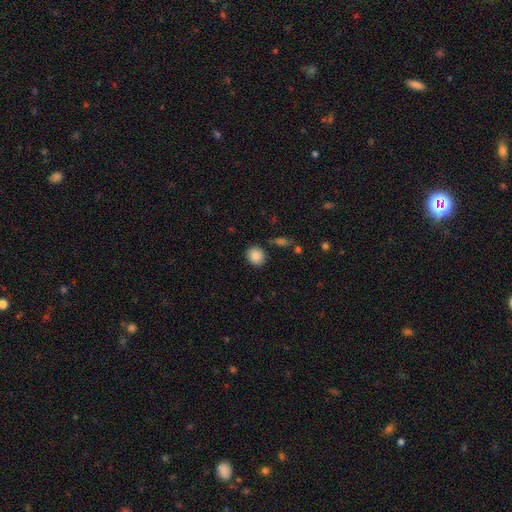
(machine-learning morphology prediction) smooth-or-featured: smooth: 87% | star or artifact: 8% | featured or disk: 4%
  how-rounded: round: 80% | in between: 19% | cigar-shaped: 1%
  merging: none: 85% | minor disturbance: 9% | merger: 3% | major disturbance: 3%